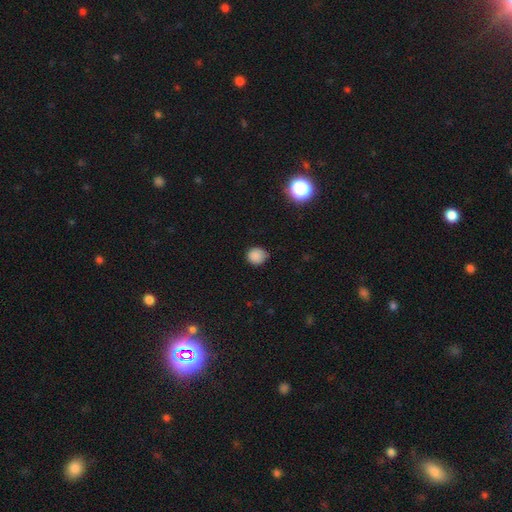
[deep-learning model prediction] Smooth or featured?
  - smooth: 85% *
  - star or artifact: 11%
  - featured or disk: 4%
How rounded?
  - round: 82% *
  - in between: 17%
  - cigar-shaped: 1%
Merging?
  - none: 73% *
  - minor disturbance: 22%
  - major disturbance: 3%
  - merger: 1%